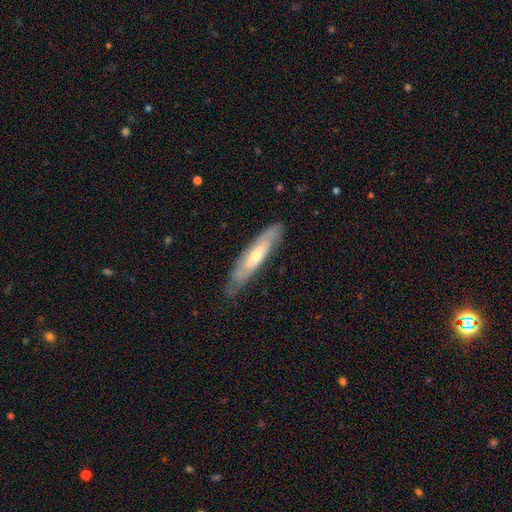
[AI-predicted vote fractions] A featured or disk galaxy (57%) with not edge-on (50%, tied with yes). Merging: none (74%).